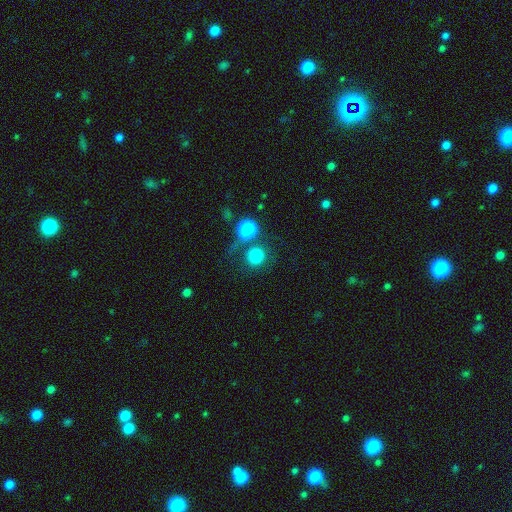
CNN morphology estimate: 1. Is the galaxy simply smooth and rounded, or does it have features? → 79% smooth, 13% star or artifact, 8% featured or disk.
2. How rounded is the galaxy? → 88% round, 11% in between, 1% cigar-shaped.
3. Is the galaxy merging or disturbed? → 62% none, 17% merger, 12% minor disturbance, 9% major disturbance.